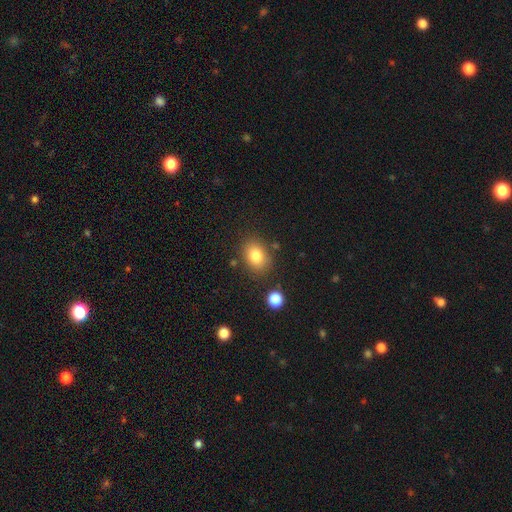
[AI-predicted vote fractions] Overall: smooth (82%). How rounded: in between (65%; round 34%). Merging: none (80%).